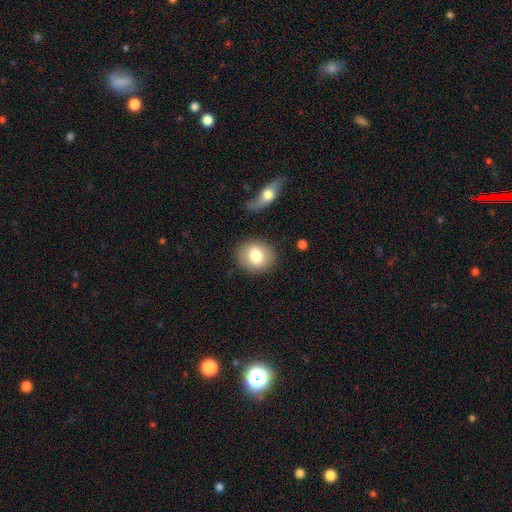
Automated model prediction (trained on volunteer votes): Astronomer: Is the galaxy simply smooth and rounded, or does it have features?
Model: smooth — 77%.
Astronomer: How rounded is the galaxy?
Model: round — 67%.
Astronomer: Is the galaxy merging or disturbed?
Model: none — 83%.